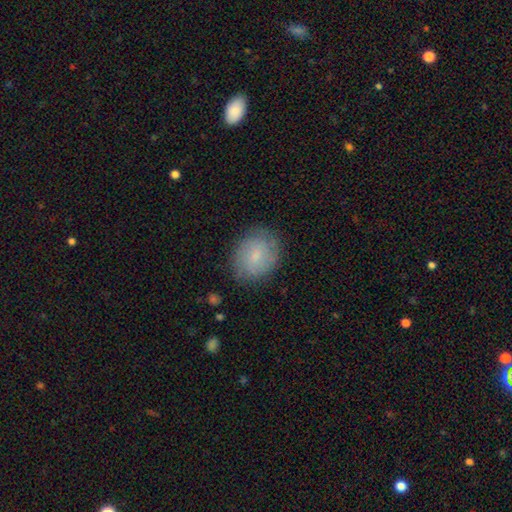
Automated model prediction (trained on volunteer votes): This appears to be a smooth galaxy with no disk features (66%) that is round (54%). Merging: none (82%).